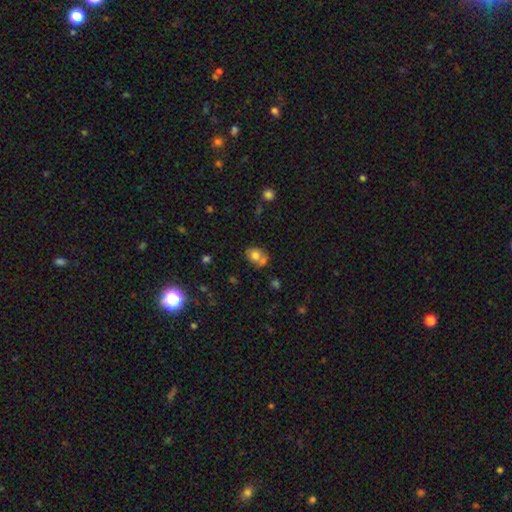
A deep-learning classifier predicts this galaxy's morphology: Overall: smooth (73%). How rounded: round (58%; in between 41%). Merging: none (42%; merger 39%).